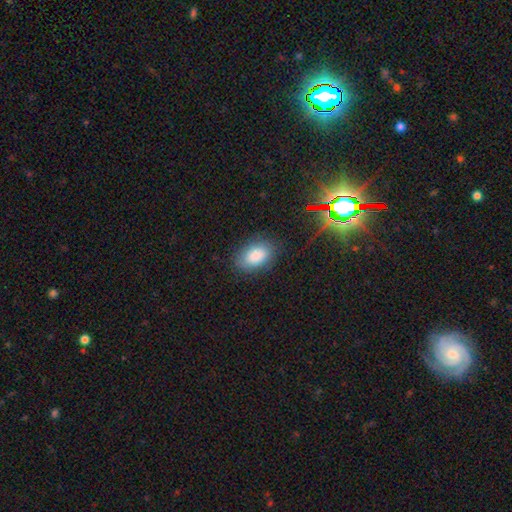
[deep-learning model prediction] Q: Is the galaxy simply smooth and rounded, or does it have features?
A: smooth — 84%.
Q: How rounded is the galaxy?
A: in between — 89%.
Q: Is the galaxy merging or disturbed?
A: none — 82%.